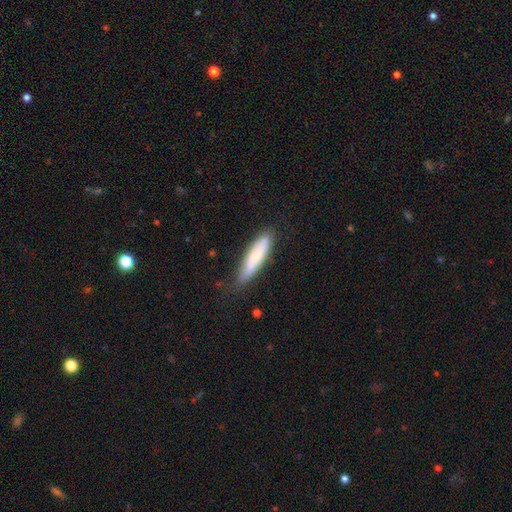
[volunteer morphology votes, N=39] Smooth or featured?
  - smooth: 59% *
  - featured or disk: 33%
  - star or artifact: 8%
How rounded?
  - cigar-shaped: 83% *
  - in between: 13%
  - round: 4%
Merging?
  - none: 67% *
  - minor disturbance: 28%
  - major disturbance: 3%
  - merger: 3%